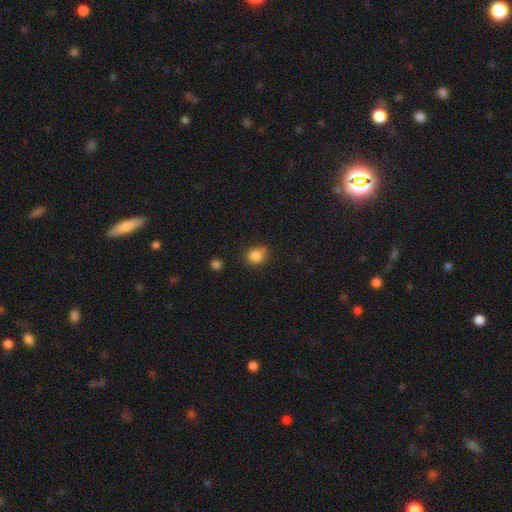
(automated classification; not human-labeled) smooth_or_featured: smooth (p=0.84) [alt: star or artifact p=0.10]
how_rounded: round (p=0.73) [alt: in between p=0.26]
merging: none (p=0.62) [alt: minor disturbance p=0.26]